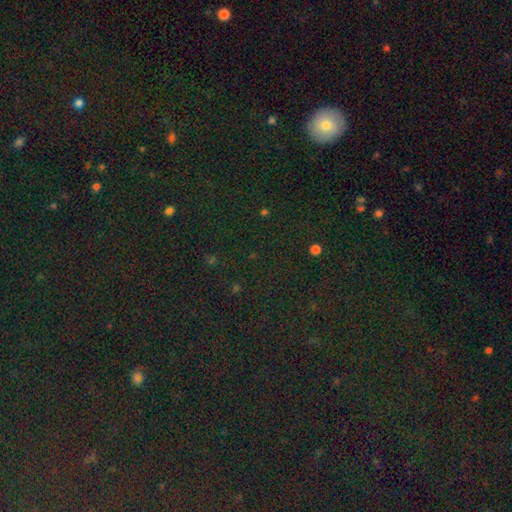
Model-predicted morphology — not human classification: smooth_or_featured: star or artifact (p=0.65) [alt: smooth p=0.24]